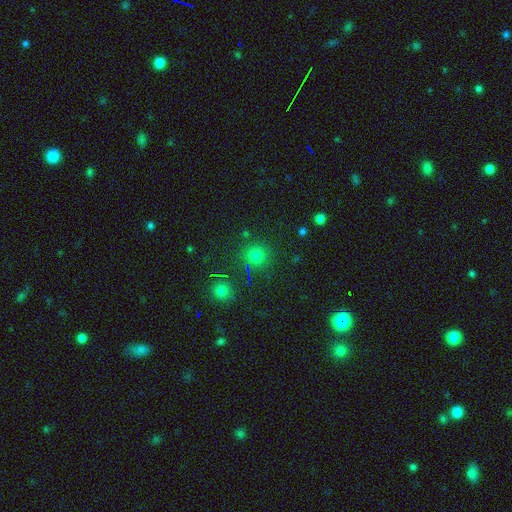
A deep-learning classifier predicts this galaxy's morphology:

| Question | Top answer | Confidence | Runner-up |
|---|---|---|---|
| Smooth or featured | smooth | 71% | star or artifact (23%) |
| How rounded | round | 92% | in between (7%) |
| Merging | none | 84% | minor disturbance (8%) |